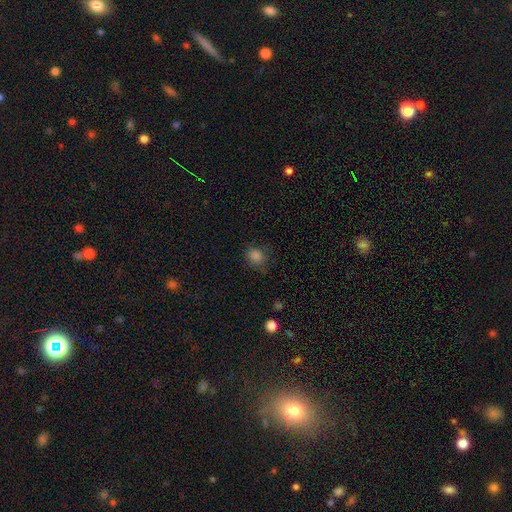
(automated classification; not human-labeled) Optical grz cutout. It shows a smooth galaxy with no disk features (82%) that is round (61%). Merging: none (76%).